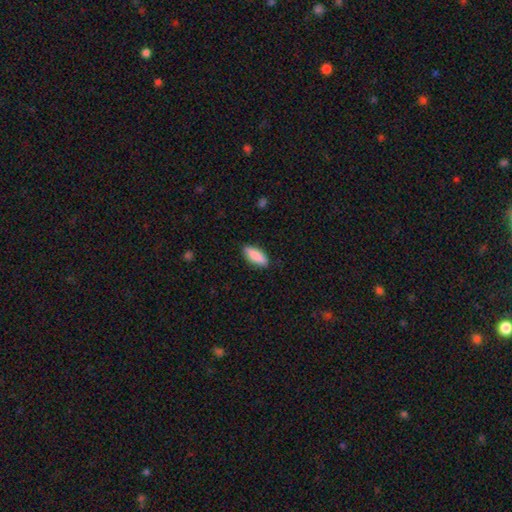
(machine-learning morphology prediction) A smooth galaxy with no disk features (87%) that is in between round and cigar-shaped (71%).

Vote fractions:
- Smooth or featured? smooth: 87% / featured or disk: 7% / star or artifact: 6%
- How rounded? in between: 71% / cigar-shaped: 27% / round: 2%
- Merging? none: 87% / minor disturbance: 10% / major disturbance: 2% / merger: 1%